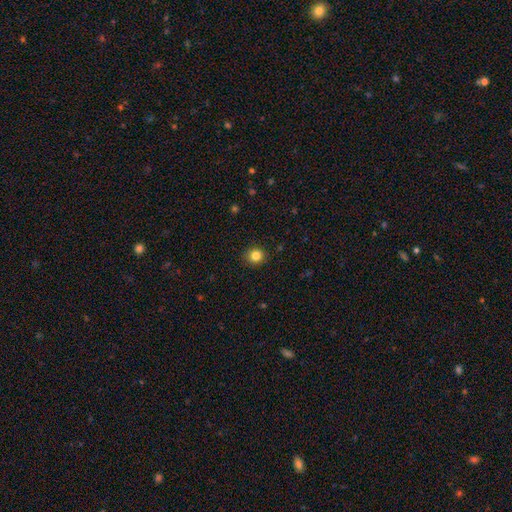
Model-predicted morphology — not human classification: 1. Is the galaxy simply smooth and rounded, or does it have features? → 83% smooth, 12% star or artifact, 5% featured or disk.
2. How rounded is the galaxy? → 89% round, 10% in between, 1% cigar-shaped.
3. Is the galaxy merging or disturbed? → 91% none, 6% minor disturbance, 2% major disturbance, 1% merger.